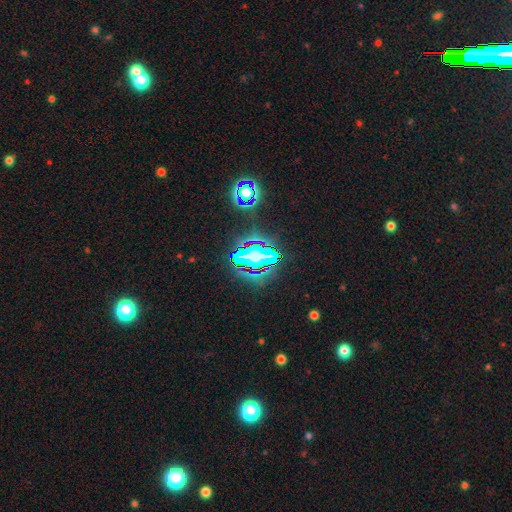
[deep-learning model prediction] This is likely a star or artifact rather than a galaxy (80%).